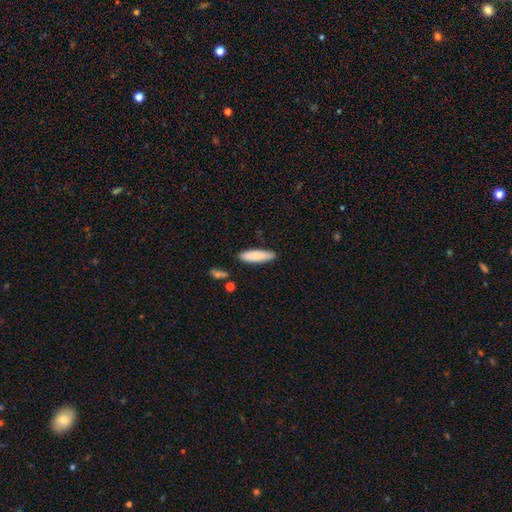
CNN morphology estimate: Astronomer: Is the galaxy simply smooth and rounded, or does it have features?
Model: smooth — 78%.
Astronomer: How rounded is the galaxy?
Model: cigar-shaped — 66%.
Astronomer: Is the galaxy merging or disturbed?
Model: none — 86%.